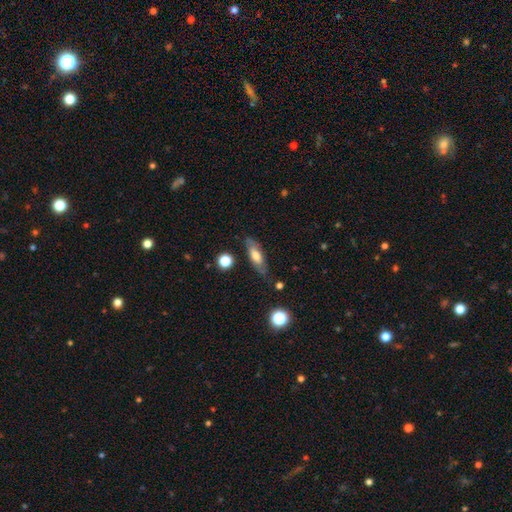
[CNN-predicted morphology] The model was most divided on "how rounded": in between: 54%, cigar-shaped: 42%, round: 4%. More confident: merging — none (72%); smooth or featured — smooth (53%).